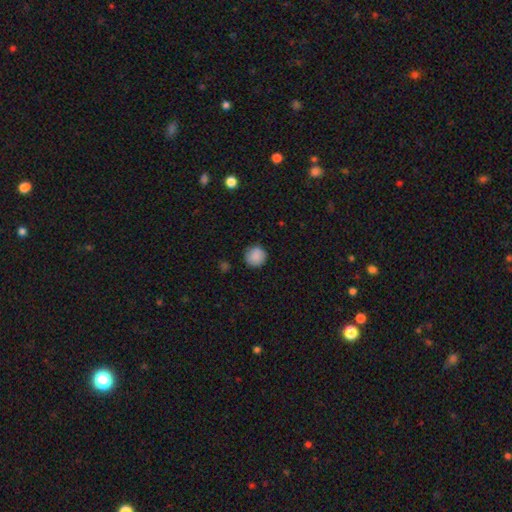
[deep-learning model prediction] The model was most divided on "merging": none: 86%, minor disturbance: 11%, major disturbance: 2%, merger: 1%. More confident: how rounded — round (93%); smooth or featured — smooth (87%).